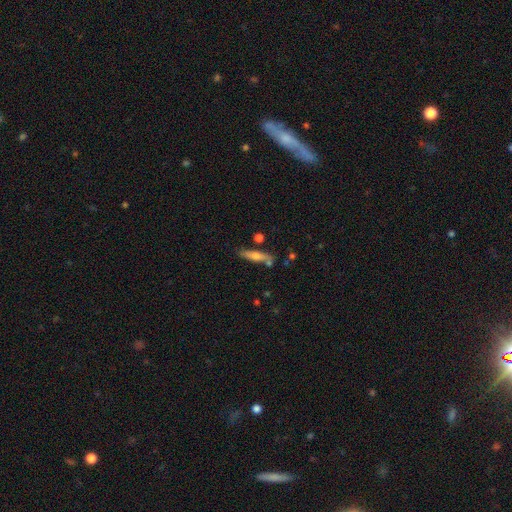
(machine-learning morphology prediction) Q: Smooth or featured?
A: smooth (57%); runner-up: featured or disk (36%)
Q: How rounded?
A: cigar-shaped (79%); runner-up: in between (18%)
Q: Merging?
A: none (72%); runner-up: minor disturbance (16%)